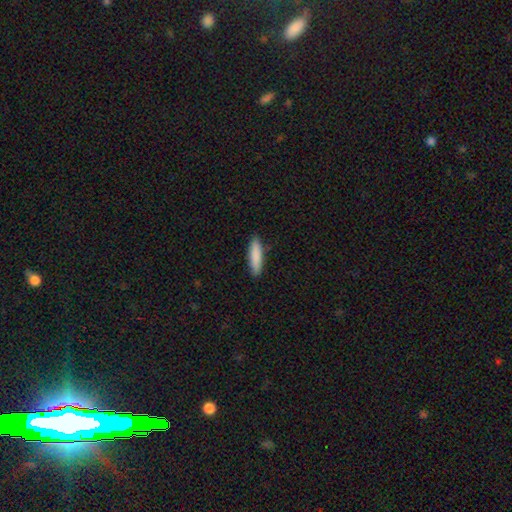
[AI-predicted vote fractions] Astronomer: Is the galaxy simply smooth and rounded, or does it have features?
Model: smooth — 87%.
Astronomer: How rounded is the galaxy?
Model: cigar-shaped — 70%.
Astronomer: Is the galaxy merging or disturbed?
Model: none — 89%.